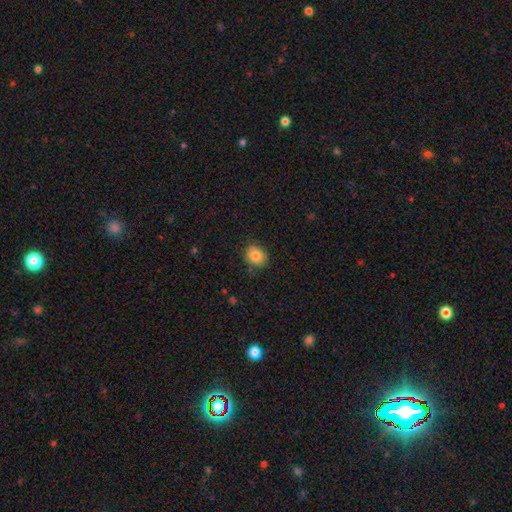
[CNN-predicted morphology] Smooth or featured? Predicted: smooth (p=0.86). How rounded? Predicted: round (p=0.58). Merging? Predicted: none (p=0.83).